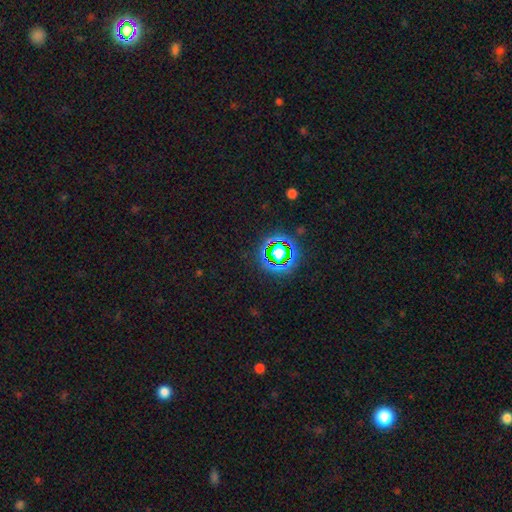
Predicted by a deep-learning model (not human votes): This appears to be a star or artifact, not a galaxy (78%).